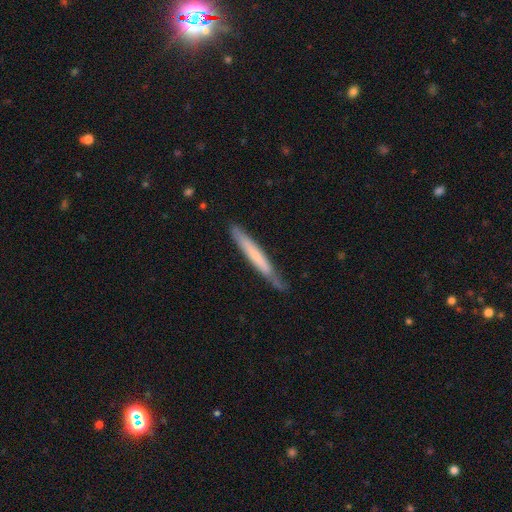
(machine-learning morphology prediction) Q: Smooth or featured?
A: smooth (56%); runner-up: featured or disk (38%)
Q: How rounded?
A: cigar-shaped (96%); runner-up: in between (3%)
Q: Merging?
A: none (73%); runner-up: minor disturbance (21%)